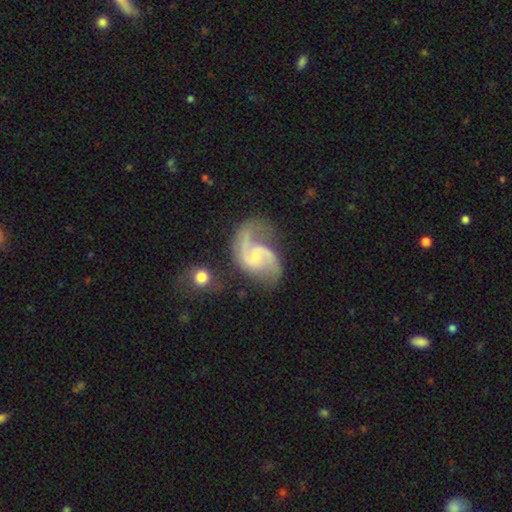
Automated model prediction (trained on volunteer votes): Q: Smooth or featured?
A: featured or disk (89%); runner-up: smooth (6%)
Q: Edge-on disk?
A: no (98%); runner-up: yes (2%)
Q: Bar?
A: no (54%); runner-up: weak (38%)
Q: Spiral arms?
A: yes (97%); runner-up: no (3%)
Q: Spiral winding?
A: medium (49%); runner-up: loose (38%)
Q: Spiral arm count?
A: 2 (86%); runner-up: 1 (8%)
Q: Bulge size?
A: small (66%); runner-up: moderate (29%)
Q: Merging?
A: none (52%); runner-up: minor disturbance (23%)